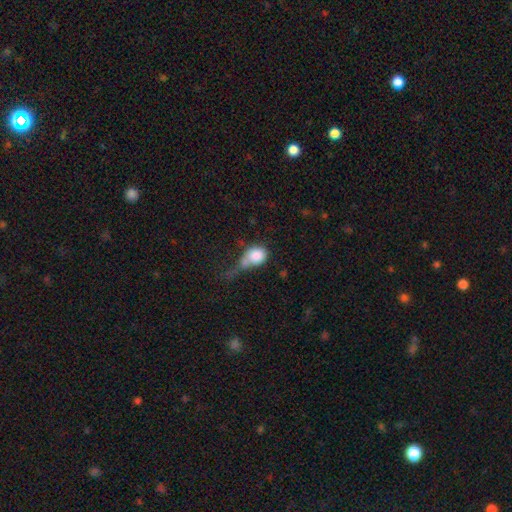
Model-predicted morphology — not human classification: smooth 81%, featured or disk 11%, star or artifact 8%. Down the decision tree: how rounded — round (53%); merging — major disturbance (31%).